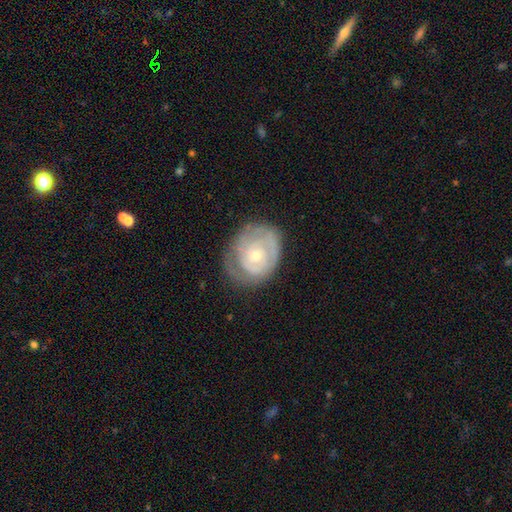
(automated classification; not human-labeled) featured or disk 66%, smooth 27%, star or artifact 6%. Down the decision tree: edge-on disk — no (97%); bar — no (81%); spiral arms — yes (69%); bulge size — small (56%); merging — none (63%).